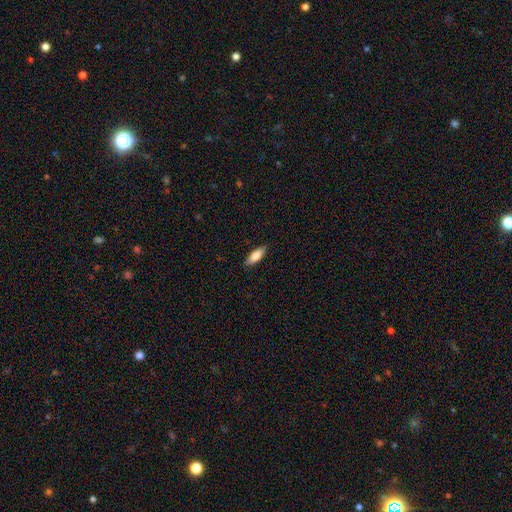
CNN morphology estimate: Smooth or featured? Predicted: smooth (p=0.80). How rounded? Predicted: in between (p=0.62). Merging? Predicted: none (p=0.86).